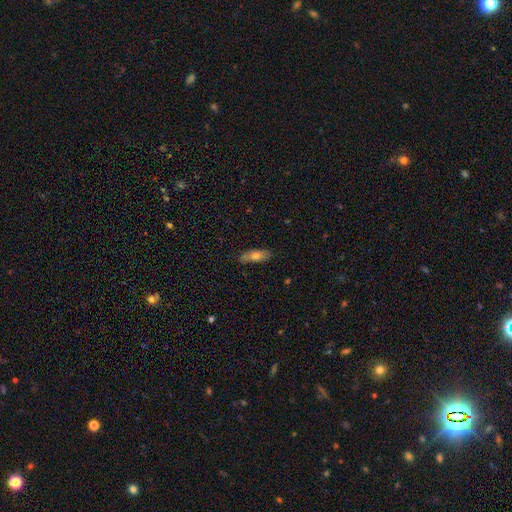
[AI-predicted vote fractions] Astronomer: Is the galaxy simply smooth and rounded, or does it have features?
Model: smooth — 67%.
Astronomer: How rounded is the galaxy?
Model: in between — 76%.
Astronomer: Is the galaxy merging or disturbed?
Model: none — 75%.